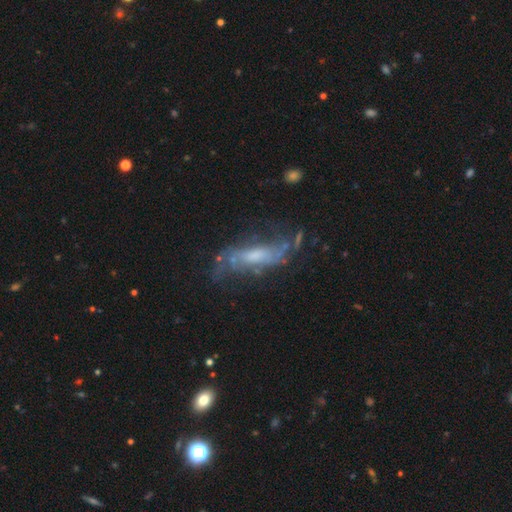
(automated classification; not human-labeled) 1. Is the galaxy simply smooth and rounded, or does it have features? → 76% featured or disk, 15% smooth, 9% star or artifact.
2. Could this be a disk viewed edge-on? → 83% no, 17% yes.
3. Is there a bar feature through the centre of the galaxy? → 46% no, 40% weak, 14% strong.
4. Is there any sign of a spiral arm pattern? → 82% yes, 18% no.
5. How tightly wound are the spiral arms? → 50% loose, 33% medium, 16% tight.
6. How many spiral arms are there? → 54% 2, 30% can't tell, 6% 3, 4% 1, 4% 4, 3% more than 4.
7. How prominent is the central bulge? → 41% moderate, 35% small, 13% none, 9% large, 2% dominant.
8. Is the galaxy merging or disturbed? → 56% none, 20% minor disturbance, 19% major disturbance, 4% merger.